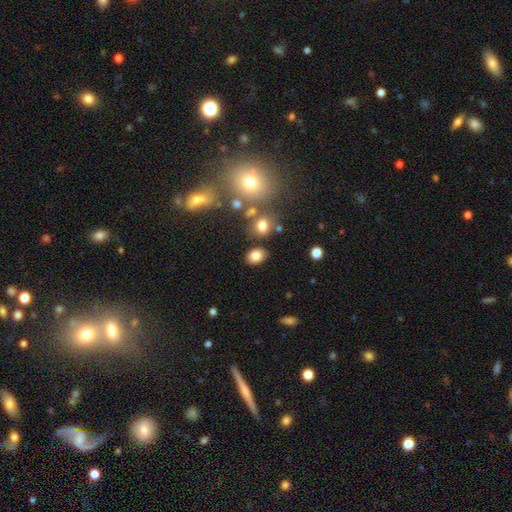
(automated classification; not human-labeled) Smooth or featured: smooth — 80% (star or artifact — 11%)
How rounded: in between — 70% (round — 29%)
Merging: none — 80% (minor disturbance — 11%)